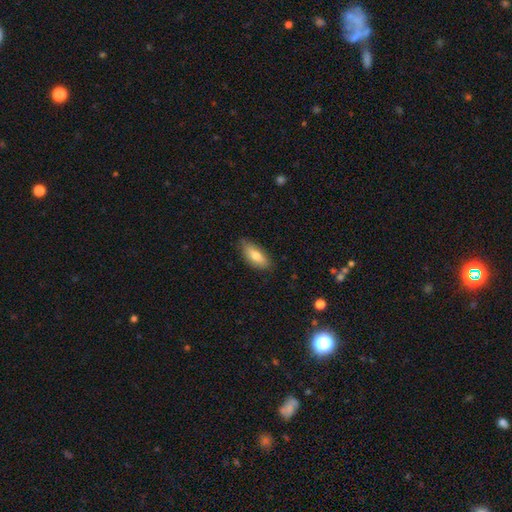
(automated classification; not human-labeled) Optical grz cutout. It shows a smooth galaxy with no disk features (76%) that is in between round and cigar-shaped (77%). Merging: none (79%).